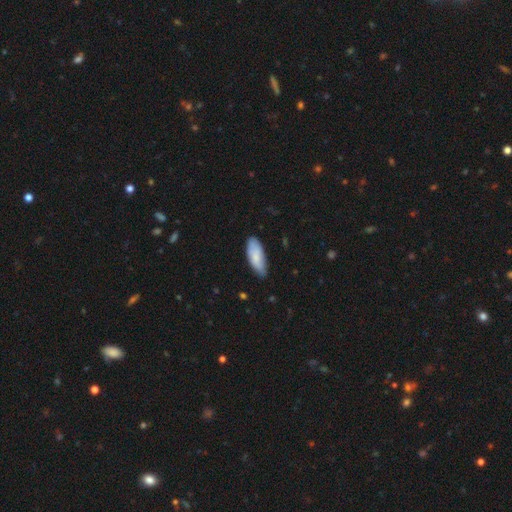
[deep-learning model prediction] Smooth or featured? smooth (79%)
How rounded? in between (77%)
Merging? none (72%)